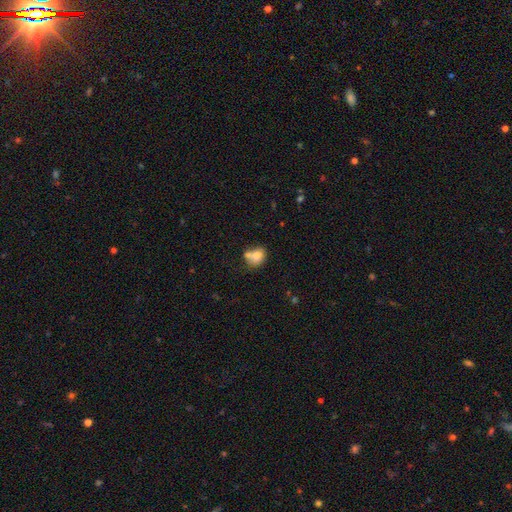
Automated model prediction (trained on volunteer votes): Smooth or featured?
  - smooth: 75% *
  - featured or disk: 15%
  - star or artifact: 10%
How rounded?
  - in between: 50% *
  - round: 48%
  - cigar-shaped: 1%
Merging?
  - none: 40% *
  - merger: 36%
  - minor disturbance: 17%
  - major disturbance: 7%